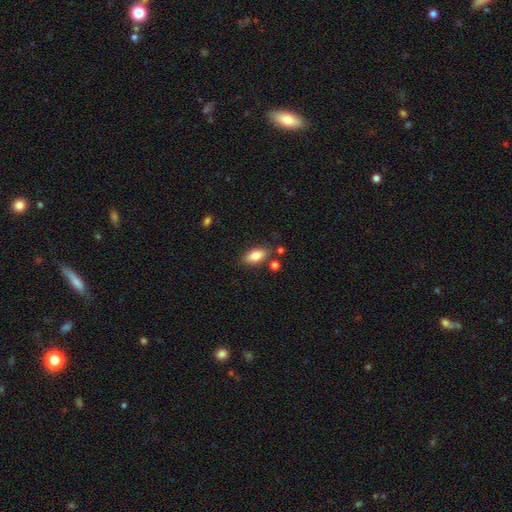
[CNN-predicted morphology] This is clearly a smooth galaxy (82%). How rounded: clearly in between (88%). Merging: likely none (78%).